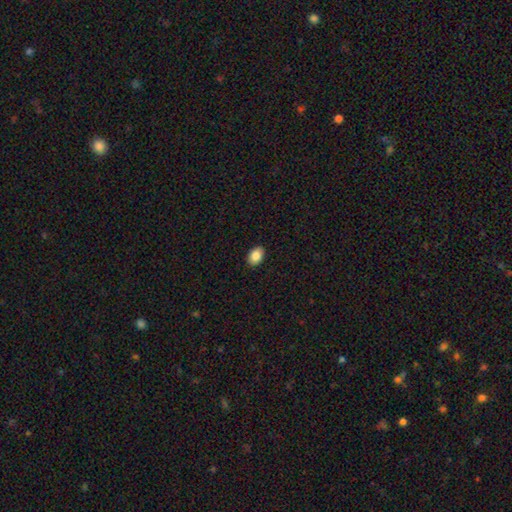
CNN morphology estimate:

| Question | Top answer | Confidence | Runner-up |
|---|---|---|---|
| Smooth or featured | smooth | 87% | star or artifact (8%) |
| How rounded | in between | 86% | round (13%) |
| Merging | none | 91% | minor disturbance (7%) |